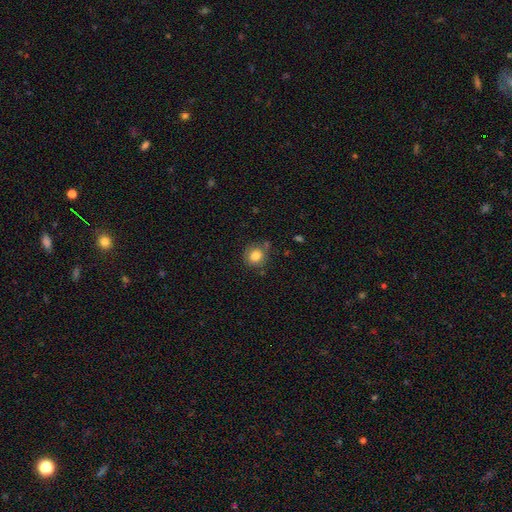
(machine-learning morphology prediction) smooth_or_featured: smooth (p=0.82) [alt: star or artifact p=0.10]
how_rounded: round (p=0.88) [alt: in between p=0.11]
merging: none (p=0.77) [alt: minor disturbance p=0.14]